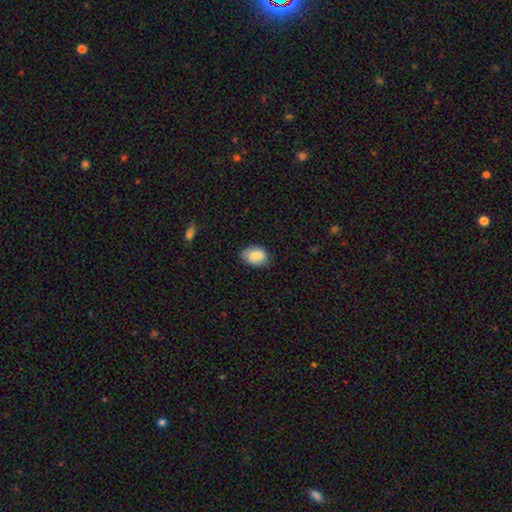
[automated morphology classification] The model was most divided on "merging": none: 77%, minor disturbance: 19%, major disturbance: 3%, merger: 1%. More confident: smooth or featured — smooth (82%); how rounded — in between (81%).